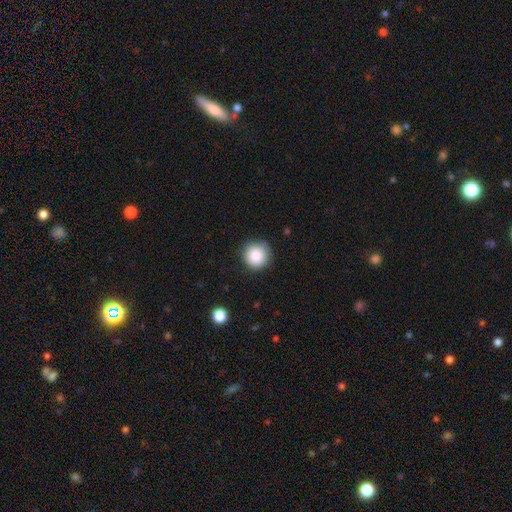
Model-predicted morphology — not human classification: smooth 85%, star or artifact 9%, featured or disk 5%. Down the decision tree: how rounded — round (94%); merging — none (85%).